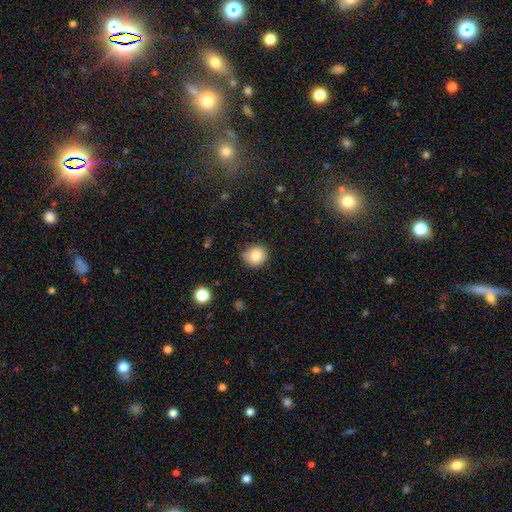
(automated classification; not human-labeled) Smooth or featured: smooth — 84% (star or artifact — 10%)
How rounded: round — 81% (in between — 18%)
Merging: none — 77% (minor disturbance — 19%)